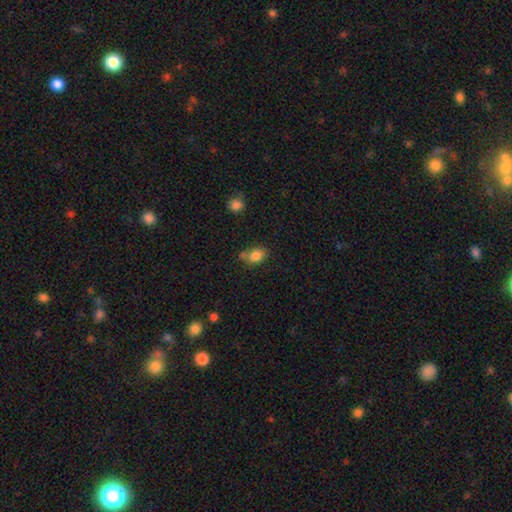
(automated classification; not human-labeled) This is clearly a smooth galaxy (83%). How rounded: likely in between (68%). Merging: possibly none (56%).